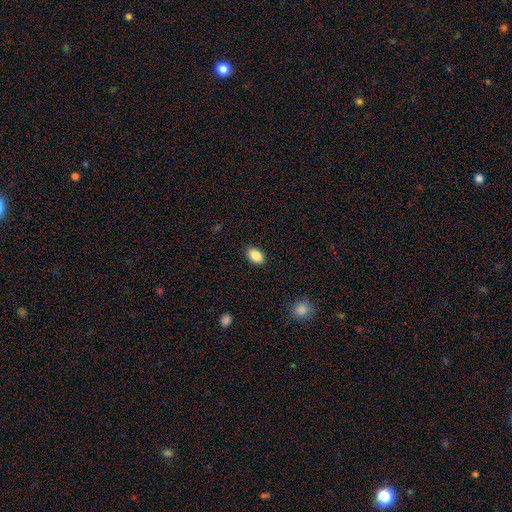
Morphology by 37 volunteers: Q: Smooth or featured?
A: smooth (92%); runner-up: star or artifact (5%)
Q: How rounded?
A: in between (100%)
Q: Merging?
A: none (80%); runner-up: minor disturbance (11%)